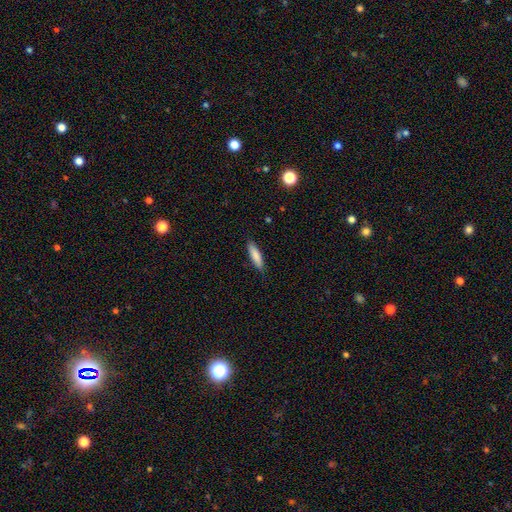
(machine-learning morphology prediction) type=smooth (85%); roundness=cigar-shaped (67%); merging=none (86%).